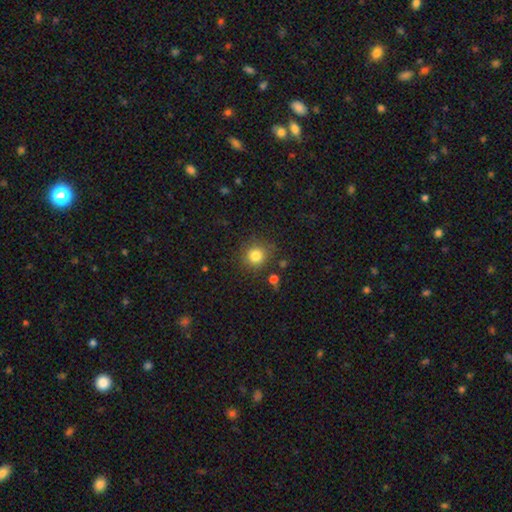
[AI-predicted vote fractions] The model was most divided on "smooth or featured": smooth: 81%, star or artifact: 12%, featured or disk: 6%. More confident: how rounded — round (90%); merging — none (84%).